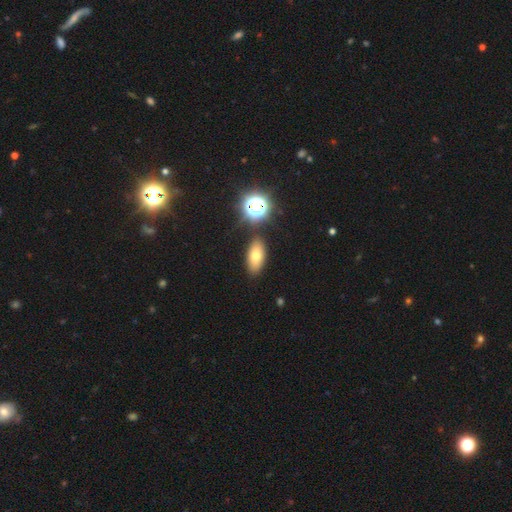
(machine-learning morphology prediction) smooth-or-featured: smooth: 71% | star or artifact: 15% | featured or disk: 14%
  how-rounded: in between: 85% | round: 8% | cigar-shaped: 7%
  merging: none: 84% | minor disturbance: 9% | merger: 4% | major disturbance: 3%